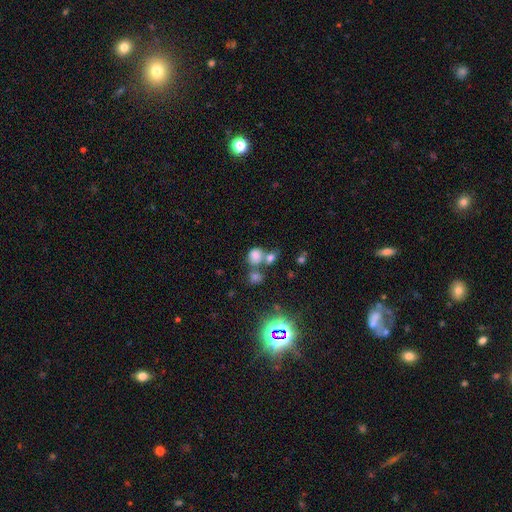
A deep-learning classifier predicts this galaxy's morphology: Smooth or featured?
  - smooth: 72% *
  - star or artifact: 18%
  - featured or disk: 10%
How rounded?
  - round: 63% *
  - in between: 35%
  - cigar-shaped: 1%
Merging?
  - none: 41% *
  - merger: 39%
  - minor disturbance: 12%
  - major disturbance: 7%